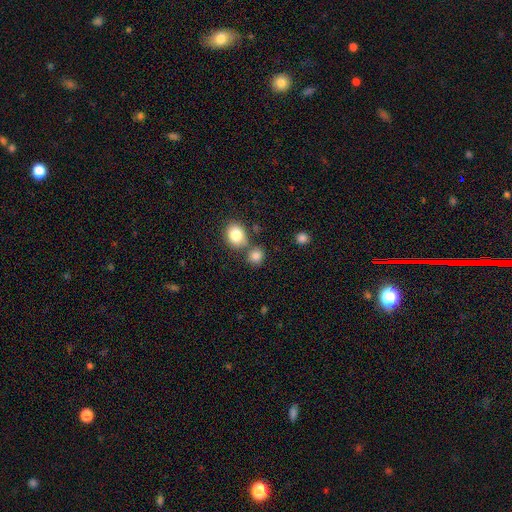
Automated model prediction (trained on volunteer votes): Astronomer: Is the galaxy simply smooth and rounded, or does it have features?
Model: smooth — 83%.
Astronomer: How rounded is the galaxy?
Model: round — 77%.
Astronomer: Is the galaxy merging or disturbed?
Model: none — 61%.